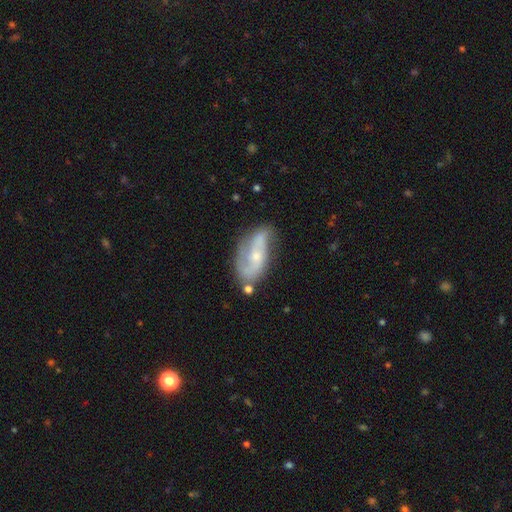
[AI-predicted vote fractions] smooth_or_featured: featured or disk (p=0.74) [alt: smooth p=0.19]
disk_edge_on: no (p=0.93) [alt: yes p=0.07]
bar: no (p=0.54) [alt: weak p=0.34]
has_spiral_arms: yes (p=0.89) [alt: no p=0.11]
spiral_winding: loose (p=0.43) [alt: medium p=0.39]
spiral_arm_count: 2 (p=0.78) [alt: can't tell p=0.11]
bulge_size: small (p=0.57) [alt: moderate p=0.37]
merging: none (p=0.57) [alt: minor disturbance p=0.25]